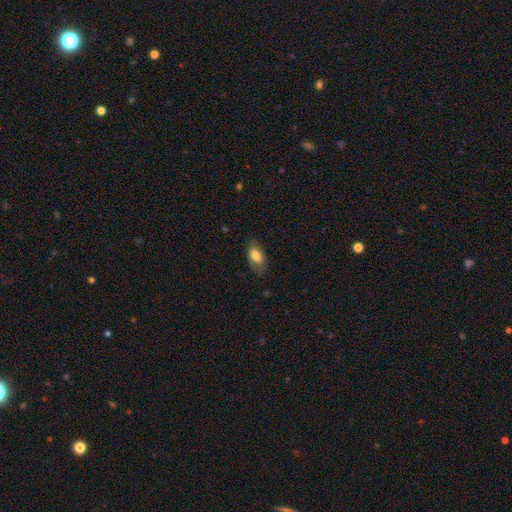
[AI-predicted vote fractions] A smooth galaxy with no disk features (74%) that is in between round and cigar-shaped (90%).

Vote fractions:
- Smooth or featured? smooth: 74% / featured or disk: 19% / star or artifact: 7%
- How rounded? in between: 90% / round: 5% / cigar-shaped: 4%
- Merging? none: 74% / minor disturbance: 20% / major disturbance: 5% / merger: 1%